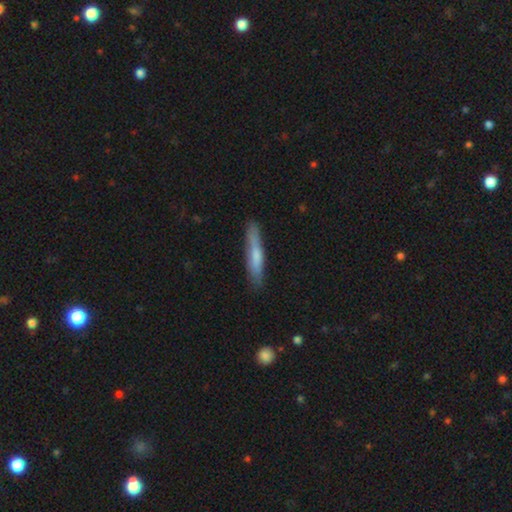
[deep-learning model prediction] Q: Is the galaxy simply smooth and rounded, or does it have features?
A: smooth — 65%.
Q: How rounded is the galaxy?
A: cigar-shaped — 91%.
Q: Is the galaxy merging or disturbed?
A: none — 81%.